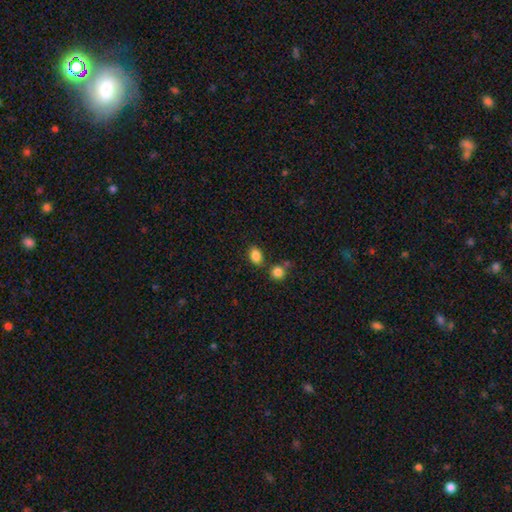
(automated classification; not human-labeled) This appears to be a smooth galaxy with no disk features (86%) that is in between round and cigar-shaped (81%). Merging: none (73%).